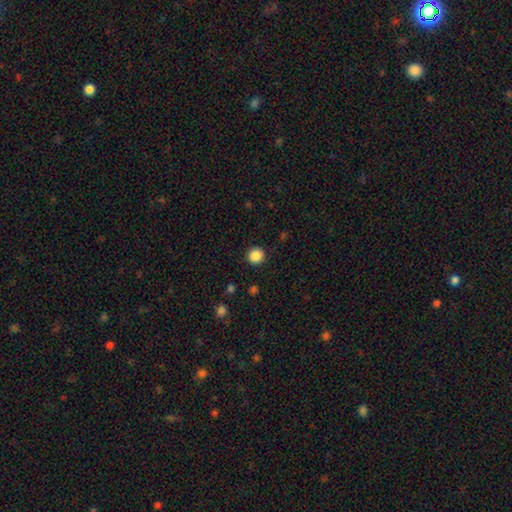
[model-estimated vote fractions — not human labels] This is clearly a smooth galaxy (87%). How rounded: clearly round (92%). Merging: clearly none (91%).